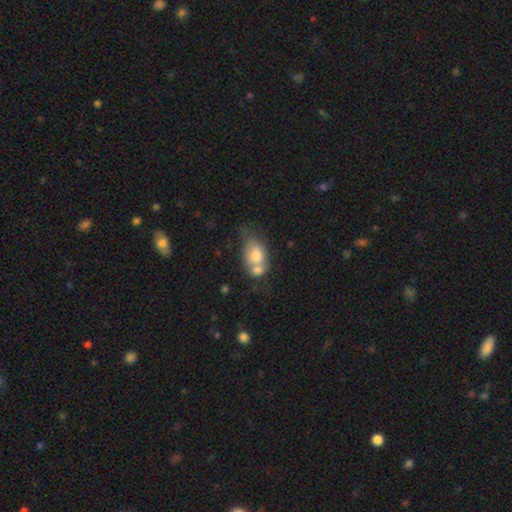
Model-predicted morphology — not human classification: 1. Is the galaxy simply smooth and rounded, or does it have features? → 72% smooth, 20% featured or disk, 8% star or artifact.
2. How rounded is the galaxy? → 76% in between, 22% round, 2% cigar-shaped.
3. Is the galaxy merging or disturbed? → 58% merger, 21% none, 14% minor disturbance, 7% major disturbance.